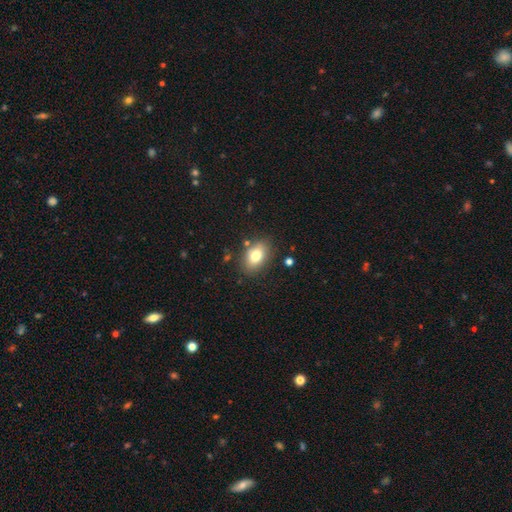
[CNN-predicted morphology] This appears to be a smooth galaxy with no disk features (78%) that is in between round and cigar-shaped (85%). Merging: none (81%).